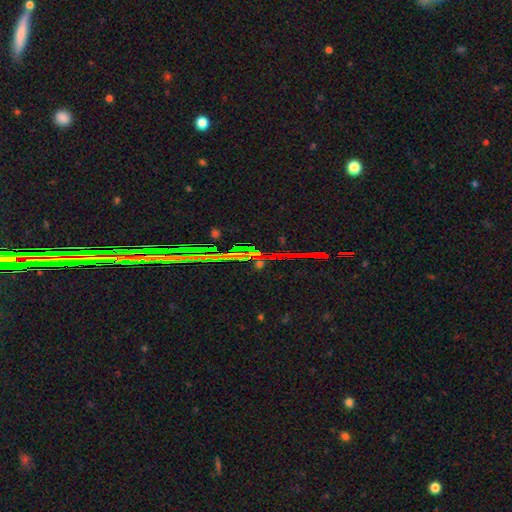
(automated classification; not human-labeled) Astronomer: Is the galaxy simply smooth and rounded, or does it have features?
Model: star or artifact — 78%.